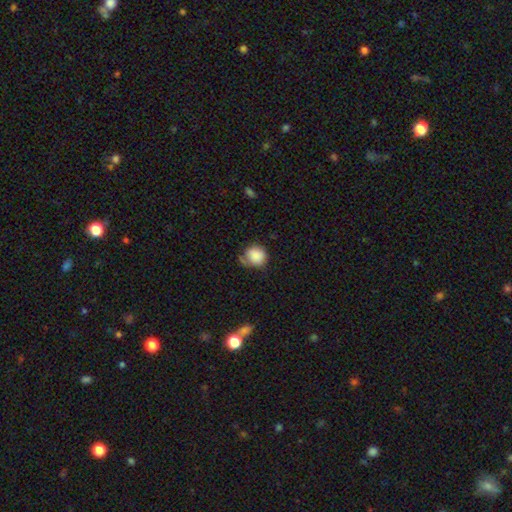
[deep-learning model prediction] A smooth galaxy with no disk features (86%) that is round (83%). Merging: none (51%).